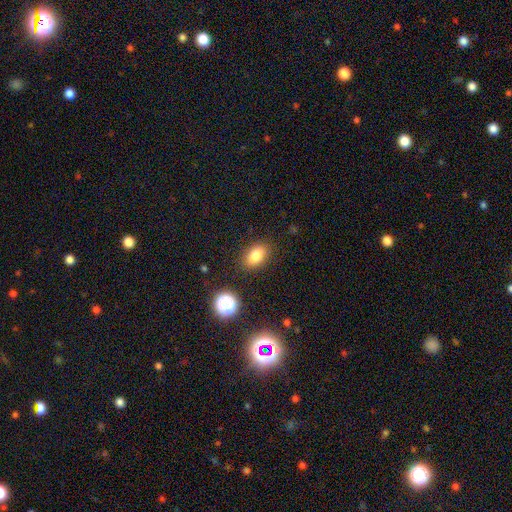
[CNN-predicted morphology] This is clearly a smooth galaxy (81%). How rounded: clearly in between (84%). Merging: clearly none (86%).